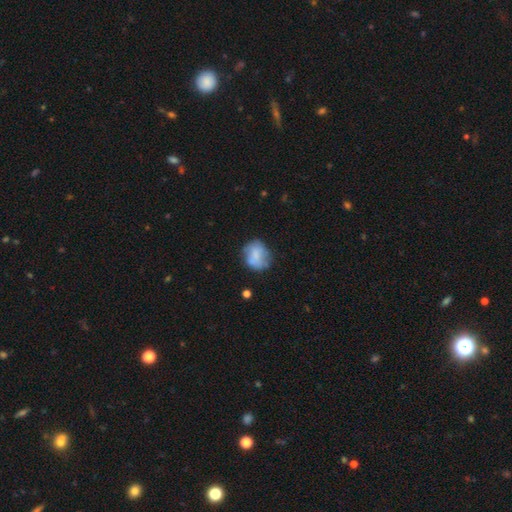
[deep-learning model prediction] A smooth galaxy with no disk features (67%) that is round (62%). Merging: none (56%).